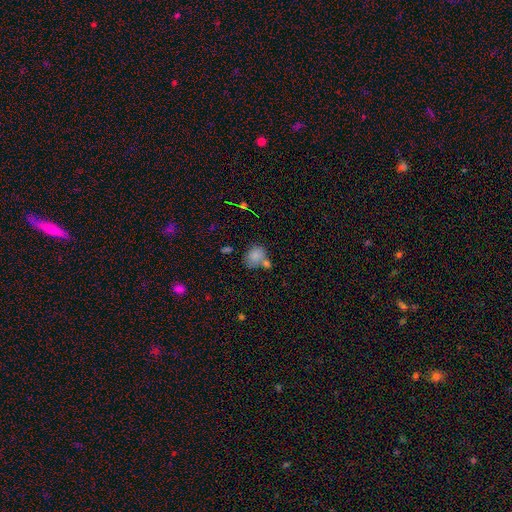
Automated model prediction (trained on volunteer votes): A smooth galaxy with no disk features (80%) that is in between round and cigar-shaped (53%).

Vote fractions:
- Smooth or featured? smooth: 80% / featured or disk: 10% / star or artifact: 10%
- How rounded? in between: 53% / round: 46% / cigar-shaped: 1%
- Merging? none: 41% / merger: 34% / minor disturbance: 17% / major disturbance: 8%